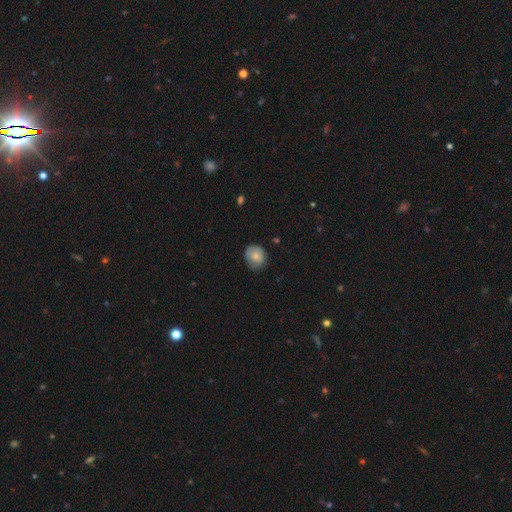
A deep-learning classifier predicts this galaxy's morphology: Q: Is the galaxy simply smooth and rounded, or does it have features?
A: smooth — 73%.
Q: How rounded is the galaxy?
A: round — 74%.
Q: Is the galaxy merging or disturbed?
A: none — 70%.